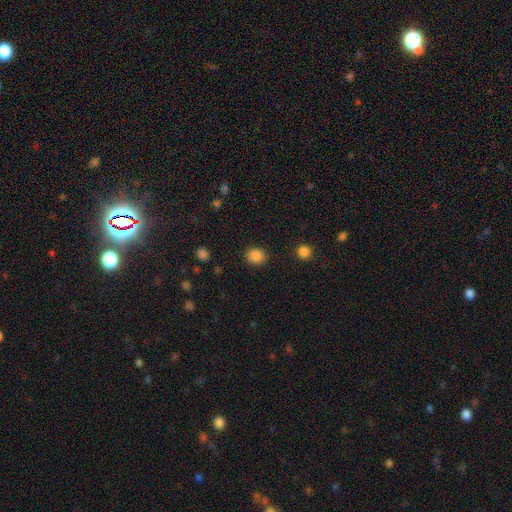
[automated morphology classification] Smooth or featured?
  - smooth: 86% *
  - star or artifact: 10%
  - featured or disk: 4%
How rounded?
  - round: 79% *
  - in between: 20%
  - cigar-shaped: 1%
Merging?
  - none: 89% *
  - minor disturbance: 7%
  - major disturbance: 2%
  - merger: 1%